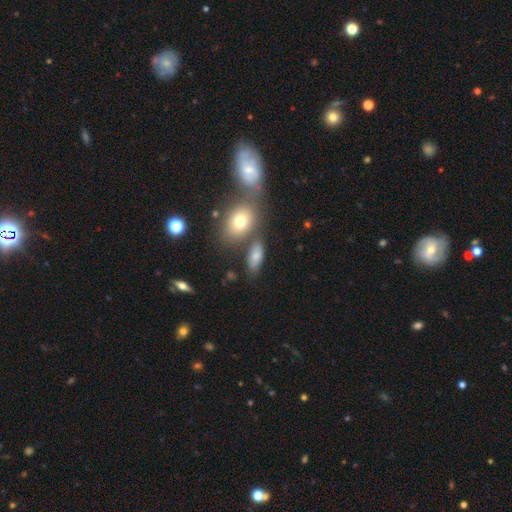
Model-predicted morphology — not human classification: Smooth or featured: smooth — 74% (featured or disk — 16%)
How rounded: in between — 85% (cigar-shaped — 8%)
Merging: none — 62% (minor disturbance — 16%)